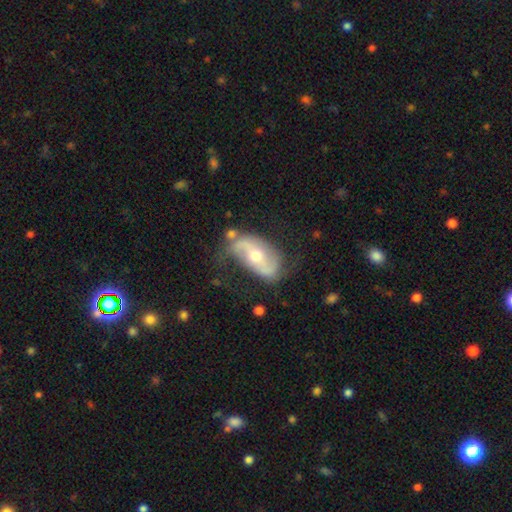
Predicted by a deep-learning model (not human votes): smooth_or_featured: featured or disk (p=0.76) [alt: smooth p=0.18]
disk_edge_on: no (p=0.93) [alt: yes p=0.07]
bar: no (p=0.39) [alt: weak p=0.32]
has_spiral_arms: yes (p=0.85) [alt: no p=0.15]
spiral_winding: loose (p=0.59) [alt: medium p=0.29]
spiral_arm_count: 2 (p=0.86) [alt: can't tell p=0.07]
bulge_size: moderate (p=0.61) [alt: small p=0.34]
merging: none (p=0.58) [alt: minor disturbance p=0.24]